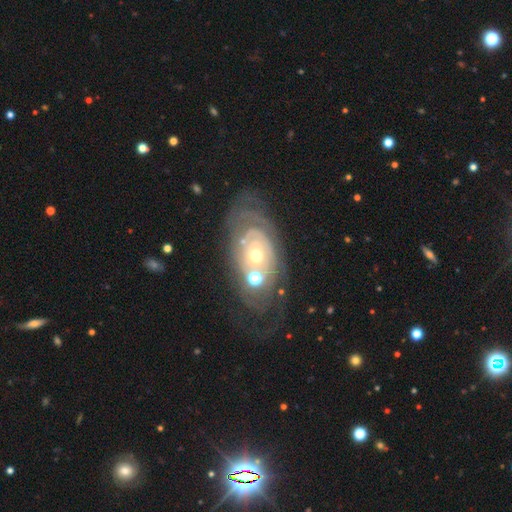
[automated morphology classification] This is likely a featured or disk galaxy (78%). It is clearly not viewed edge-on (95%). Bar: clearly no (86%). Spiral arm pattern: likely yes (73%). Spiral arm count: possibly can't tell (48%). Spiral winding: likely tight (72%). Central bulge: possibly moderate (55%). Merging: possibly none (51%).